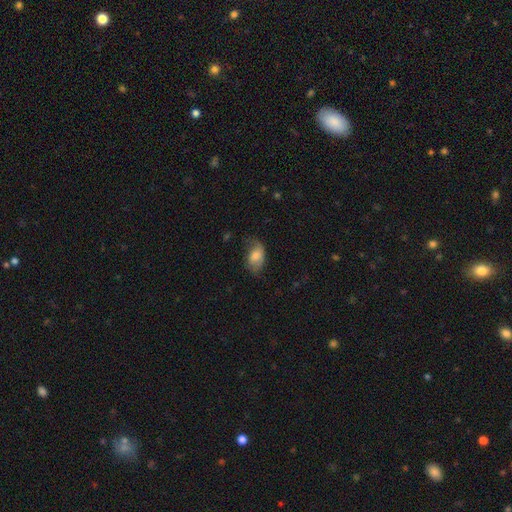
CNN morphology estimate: Smooth or featured: smooth — 69% (featured or disk — 23%)
How rounded: in between — 89% (round — 9%)
Merging: none — 50% (minor disturbance — 33%)